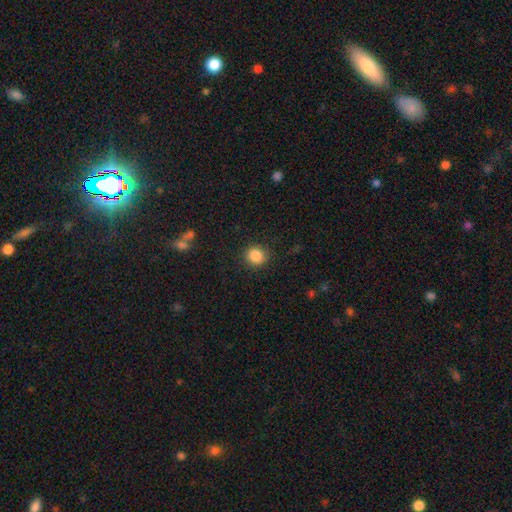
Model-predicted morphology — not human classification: Q: Smooth or featured?
A: smooth (86%); runner-up: star or artifact (10%)
Q: How rounded?
A: round (88%); runner-up: in between (11%)
Q: Merging?
A: none (89%); runner-up: minor disturbance (7%)